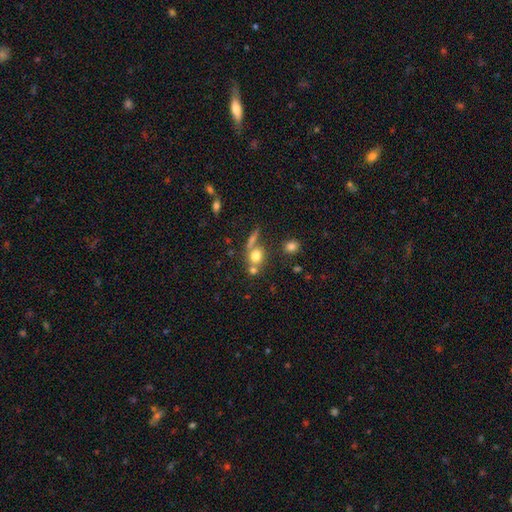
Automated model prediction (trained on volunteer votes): smooth_or_featured: smooth (p=0.74) [alt: star or artifact p=0.13]
how_rounded: round (p=0.71) [alt: in between p=0.26]
merging: none (p=0.49) [alt: merger p=0.35]